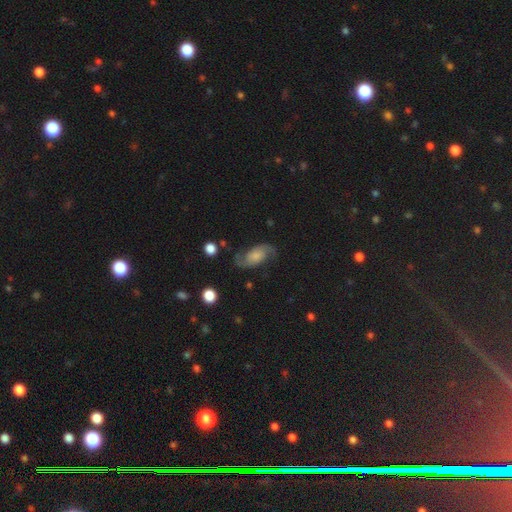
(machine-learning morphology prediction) smooth-or-featured: featured or disk: 77% | smooth: 16% | star or artifact: 7%
  disk-edge-on: no: 96% | yes: 4%
    bar: no: 62% | weak: 31% | strong: 8%
    has-spiral-arms: yes: 96% | no: 4%
      spiral-winding: loose: 46% | medium: 41% | tight: 13%
      spiral-arm-count: 2: 92% | can't tell: 3% | 1: 2% | 3: 1% | 4: 1% | more than 4: 1%
    bulge-size: none: 29% | small: 24% | moderate: 23% | large: 19% | dominant: 5%
  merging: none: 73% | minor disturbance: 17% | major disturbance: 8% | merger: 2%